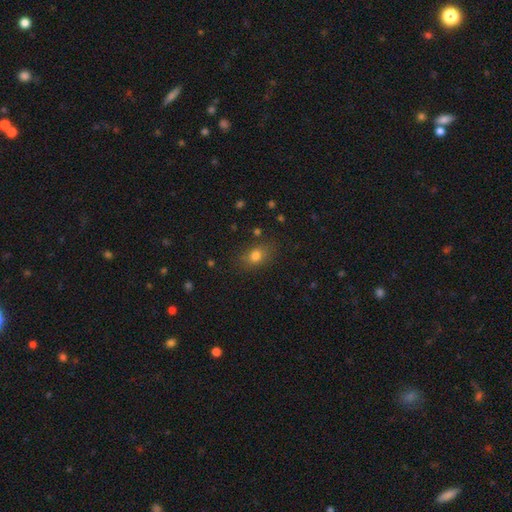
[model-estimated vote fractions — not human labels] smooth-or-featured: smooth: 78% | star or artifact: 13% | featured or disk: 9%
  how-rounded: in between: 63% | round: 34% | cigar-shaped: 2%
  merging: none: 78% | minor disturbance: 15% | major disturbance: 5% | merger: 2%